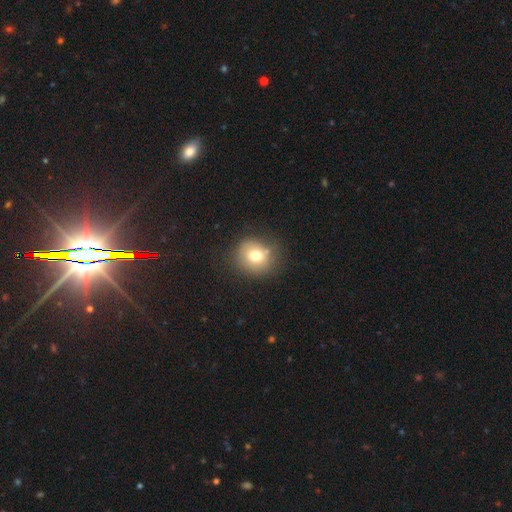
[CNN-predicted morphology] This appears to be a smooth galaxy with no disk features (73%) that is round (78%). Merging: none (75%).